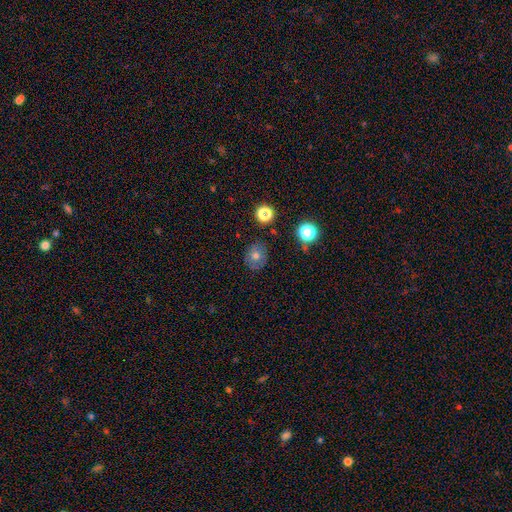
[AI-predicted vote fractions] This is likely a smooth galaxy (64%). How rounded: likely round (72%). Merging: clearly none (81%).